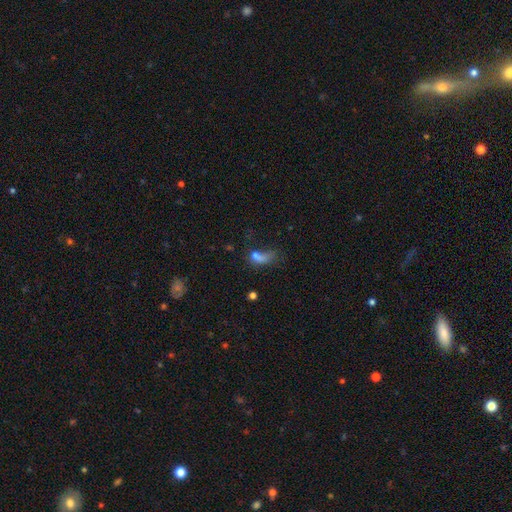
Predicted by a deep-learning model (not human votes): Smooth or featured? smooth (62%)
How rounded? in between (73%)
Merging? major disturbance (44%)